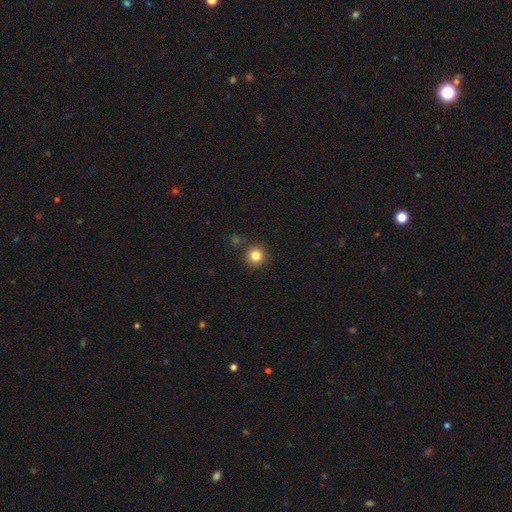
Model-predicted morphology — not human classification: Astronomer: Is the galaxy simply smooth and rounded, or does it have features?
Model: smooth — 83%.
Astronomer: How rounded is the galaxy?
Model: round — 94%.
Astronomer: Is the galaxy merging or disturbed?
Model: none — 85%.